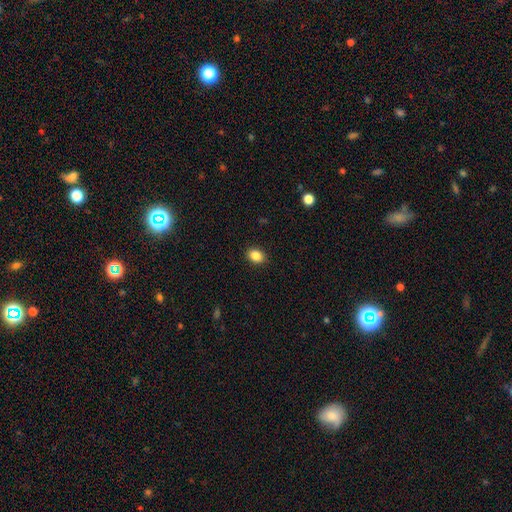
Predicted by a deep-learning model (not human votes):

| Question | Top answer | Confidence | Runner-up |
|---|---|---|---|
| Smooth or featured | smooth | 86% | star or artifact (10%) |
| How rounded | in between | 59% | round (40%) |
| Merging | none | 90% | minor disturbance (7%) |